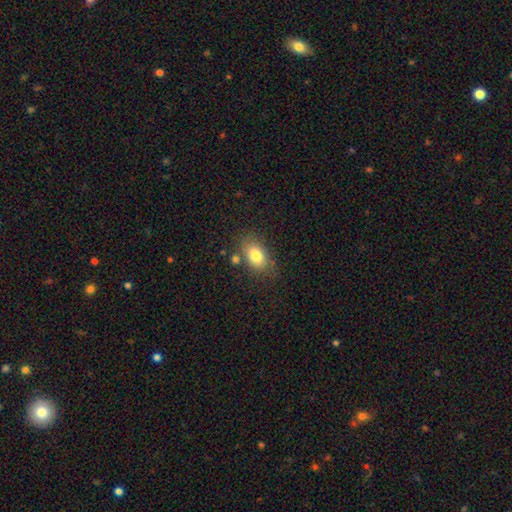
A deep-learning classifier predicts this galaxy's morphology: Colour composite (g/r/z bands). It shows a smooth galaxy with no disk features (80%) that is in between round and cigar-shaped (85%). Merging: none (73%).